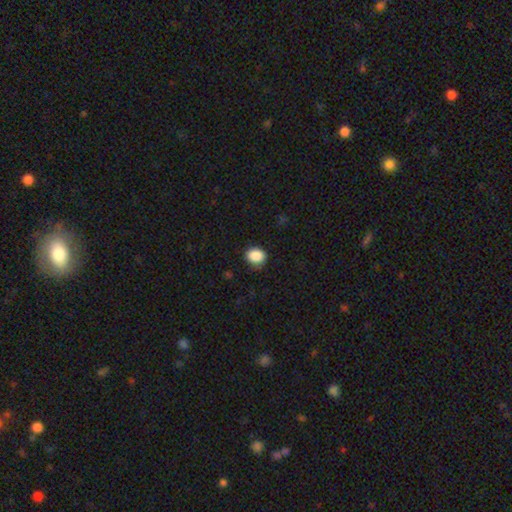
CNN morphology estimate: A smooth galaxy with no disk features (88%) that is round (57%). Merging: none (82%).